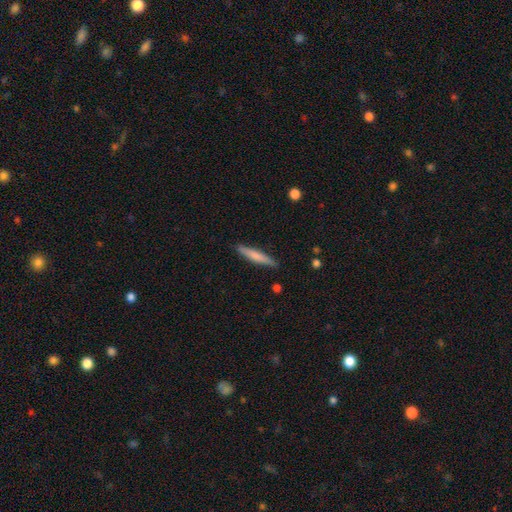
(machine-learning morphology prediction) smooth 65%, featured or disk 29%, star or artifact 5%. Down the decision tree: how rounded — cigar-shaped (92%); merging — none (88%).